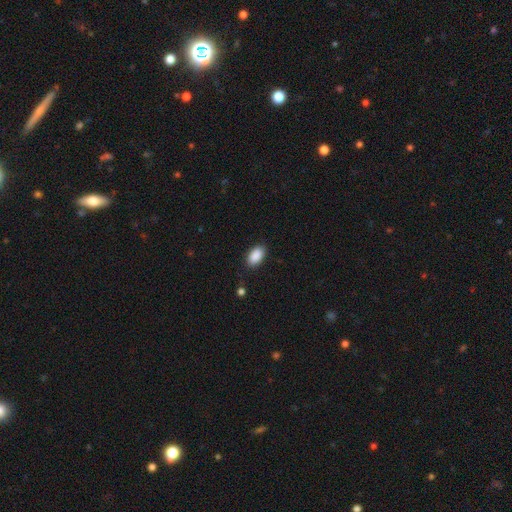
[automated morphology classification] The model was most divided on "merging": none: 87%, minor disturbance: 10%, major disturbance: 2%, merger: 1%. More confident: how rounded — in between (93%); smooth or featured — smooth (90%).